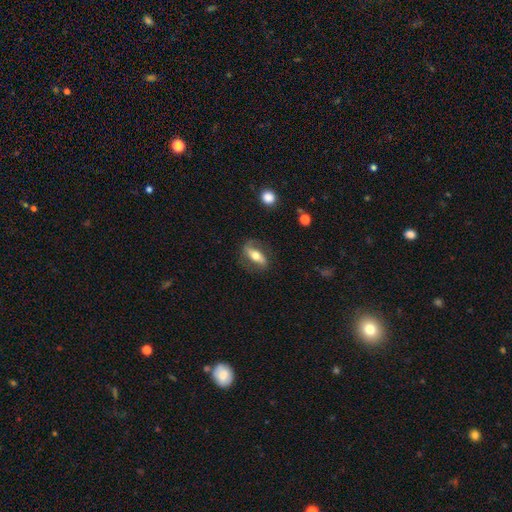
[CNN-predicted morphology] Smooth or featured? featured or disk (54%)
Edge-on disk? no (70%)
Merging? none (70%)